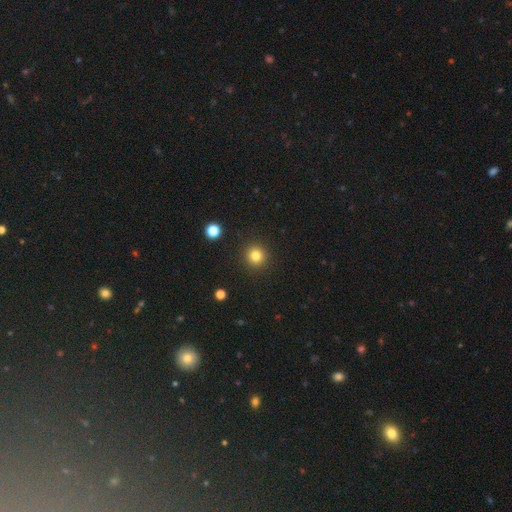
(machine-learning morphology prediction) Overall: smooth (81%). How rounded: round (94%). Merging: none (91%).